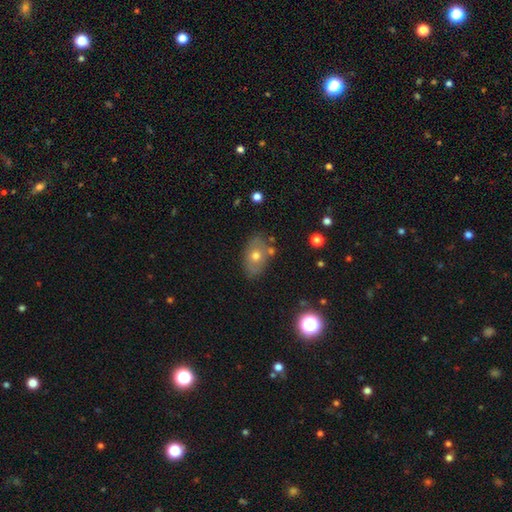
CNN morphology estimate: smooth_or_featured: smooth (p=0.59) [alt: featured or disk p=0.32]
how_rounded: in between (p=0.82) [alt: round p=0.16]
merging: none (p=0.72) [alt: minor disturbance p=0.17]